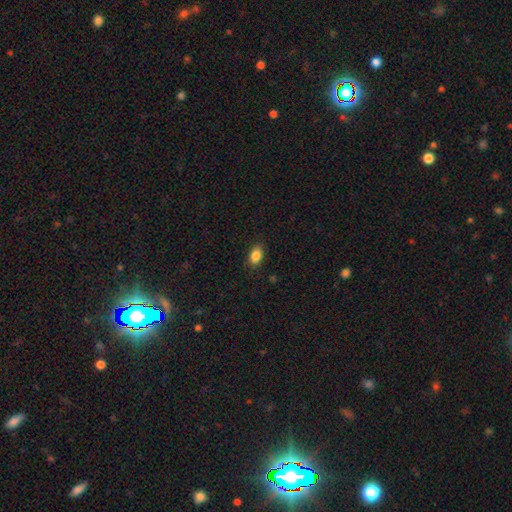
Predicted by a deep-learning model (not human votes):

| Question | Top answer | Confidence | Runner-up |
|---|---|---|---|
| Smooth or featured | smooth | 87% | star or artifact (8%) |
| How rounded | in between | 86% | round (11%) |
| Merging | none | 86% | minor disturbance (11%) |